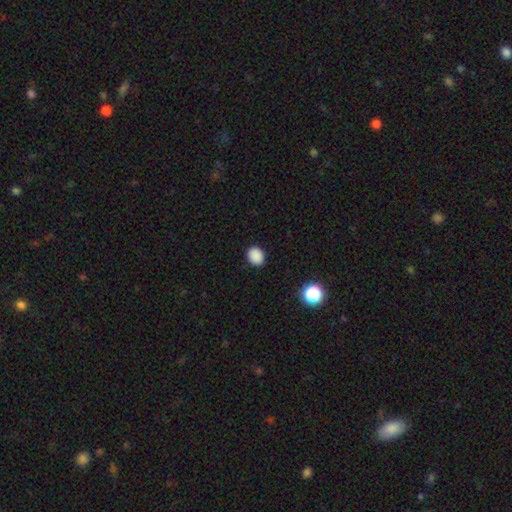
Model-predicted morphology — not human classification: A smooth galaxy with no disk features (87%) that is round (59%).

Vote fractions:
- Smooth or featured? smooth: 87% / star or artifact: 10% / featured or disk: 3%
- How rounded? round: 59% / in between: 40% / cigar-shaped: 1%
- Merging? none: 90% / minor disturbance: 7% / major disturbance: 2% / merger: 1%